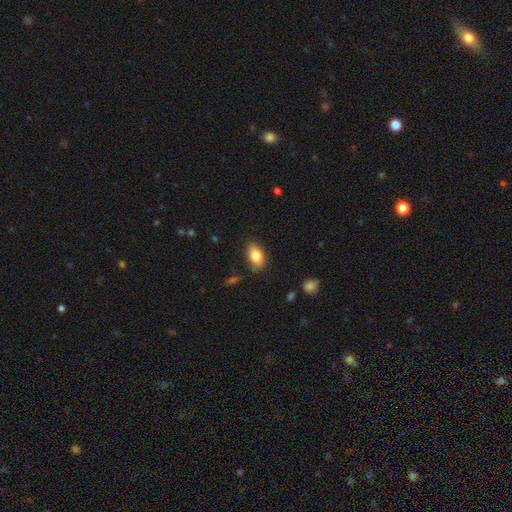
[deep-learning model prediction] This is clearly a smooth galaxy (83%). How rounded: clearly in between (90%). Merging: clearly none (82%).